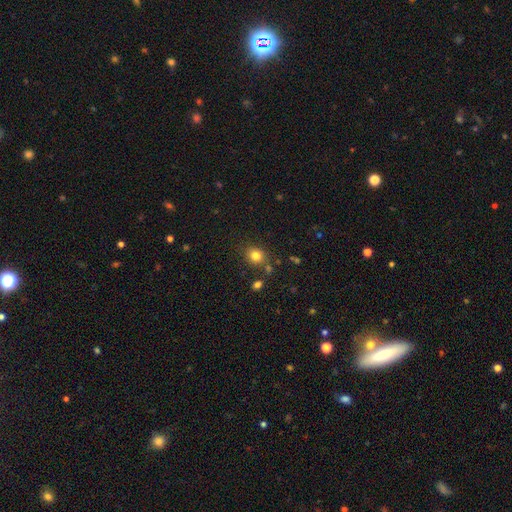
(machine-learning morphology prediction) Smooth or featured: smooth — 80% (star or artifact — 13%)
How rounded: round — 72% (in between — 27%)
Merging: none — 78% (minor disturbance — 11%)